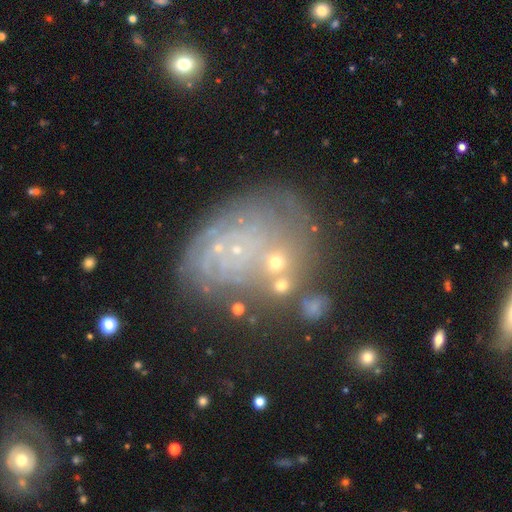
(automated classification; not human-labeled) featured or disk 52%, star or artifact 24%, smooth 24%. Down the decision tree: edge-on disk — no (96%); merging — none (55%).